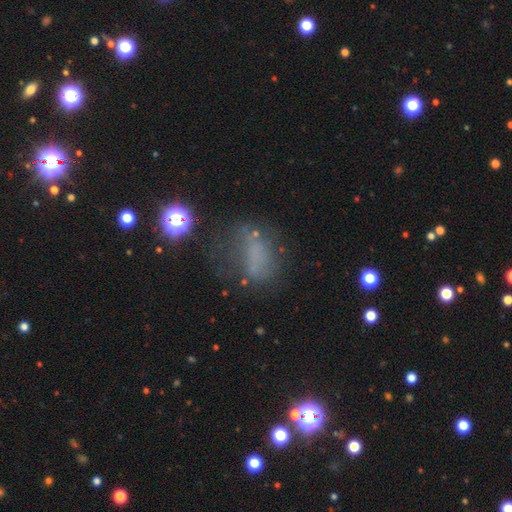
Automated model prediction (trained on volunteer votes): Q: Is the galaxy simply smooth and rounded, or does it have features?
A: smooth — 49%.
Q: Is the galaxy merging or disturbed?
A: none — 46%.